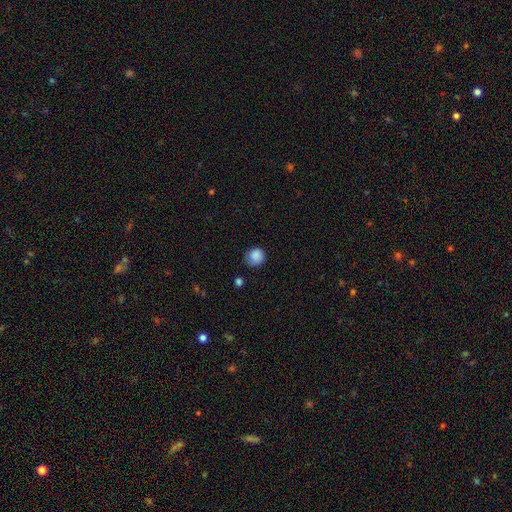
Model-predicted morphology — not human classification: Smooth or featured? smooth (87%)
How rounded? round (83%)
Merging? none (68%)